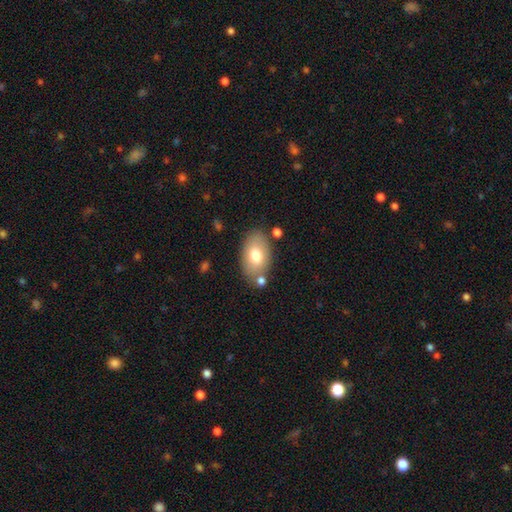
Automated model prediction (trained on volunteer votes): Smooth or featured? Predicted: smooth (p=0.72). How rounded? Predicted: in between (p=0.91). Merging? Predicted: none (p=0.75).